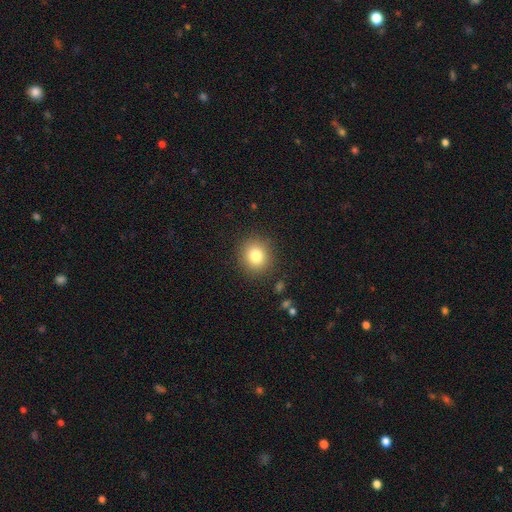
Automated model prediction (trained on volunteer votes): Q: Smooth or featured?
A: smooth (80%); runner-up: star or artifact (12%)
Q: How rounded?
A: round (85%); runner-up: in between (14%)
Q: Merging?
A: none (89%); runner-up: minor disturbance (7%)